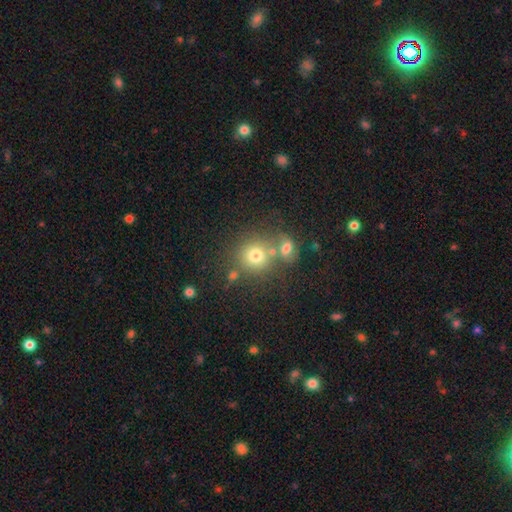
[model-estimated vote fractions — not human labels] Q: Smooth or featured?
A: smooth (73%); runner-up: star or artifact (15%)
Q: How rounded?
A: round (87%); runner-up: in between (12%)
Q: Merging?
A: none (59%); runner-up: merger (26%)